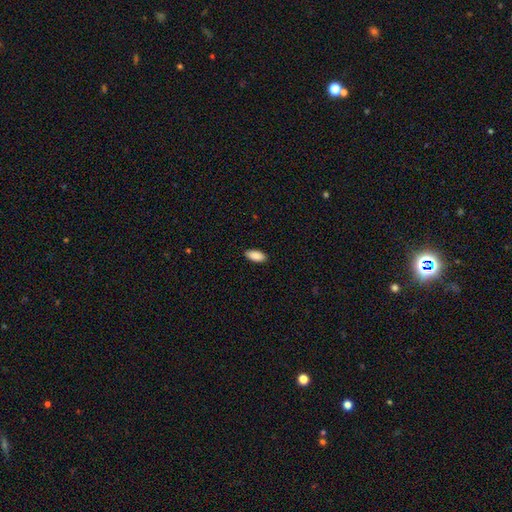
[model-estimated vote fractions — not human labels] smooth-or-featured: smooth: 90% | star or artifact: 6% | featured or disk: 4%
  how-rounded: in between: 91% | cigar-shaped: 8% | round: 2%
  merging: none: 89% | minor disturbance: 8% | major disturbance: 2% | merger: 1%